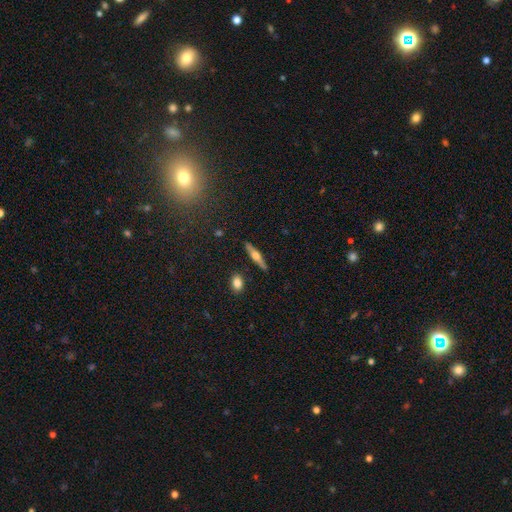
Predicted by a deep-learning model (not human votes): This is likely a featured or disk galaxy (62%). It is clearly viewed edge-on (96%). Edge-on bulge: clearly rounded (91%). Merging: clearly none (88%).